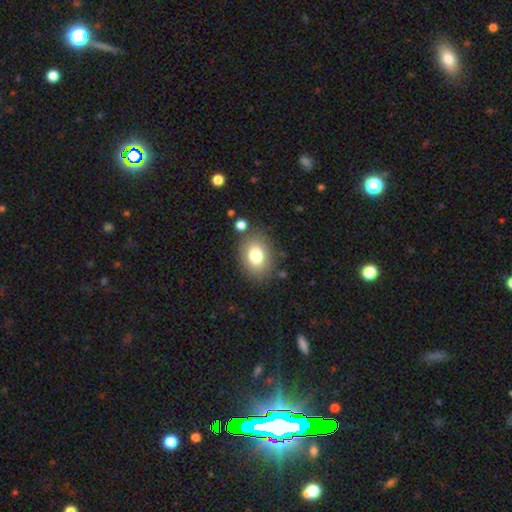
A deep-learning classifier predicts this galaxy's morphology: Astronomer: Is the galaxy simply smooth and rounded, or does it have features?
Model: smooth — 78%.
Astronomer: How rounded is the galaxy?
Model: in between — 69%.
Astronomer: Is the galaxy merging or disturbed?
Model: none — 81%.